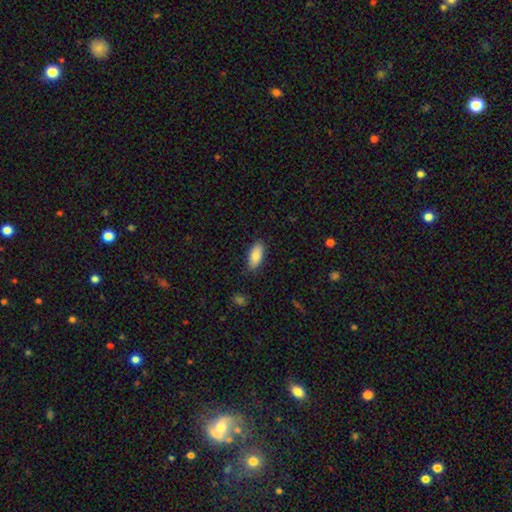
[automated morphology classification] Overall: smooth (87%). How rounded: in between (88%). Merging: none (86%).